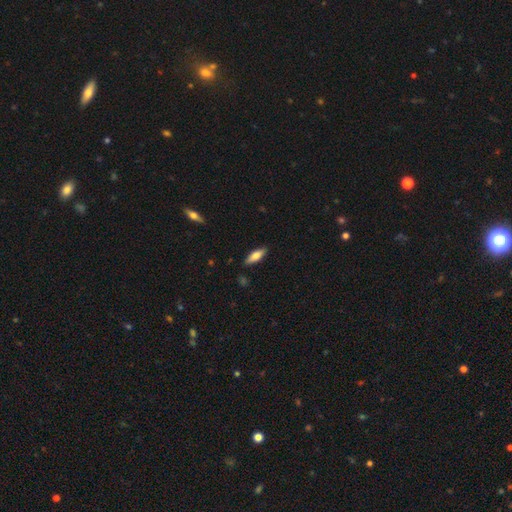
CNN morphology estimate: Smooth or featured? Predicted: smooth (p=0.71). How rounded? Predicted: in between (p=0.55). Merging? Predicted: none (p=0.87).